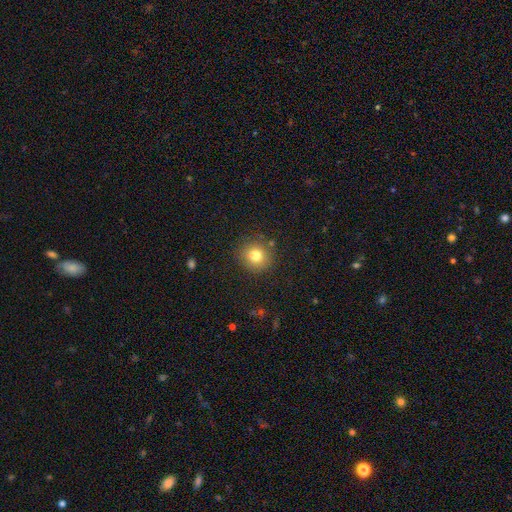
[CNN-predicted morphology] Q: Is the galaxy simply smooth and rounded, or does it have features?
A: smooth — 79%.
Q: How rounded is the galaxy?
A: round — 91%.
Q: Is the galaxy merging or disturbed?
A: none — 86%.